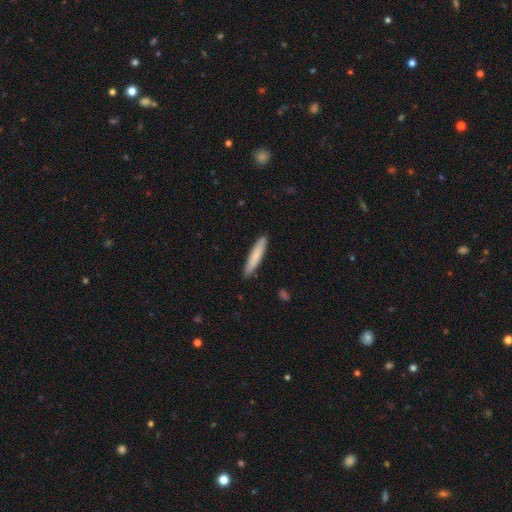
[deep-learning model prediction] This is likely a smooth galaxy (79%). How rounded: clearly cigar-shaped (90%). Merging: clearly none (89%).